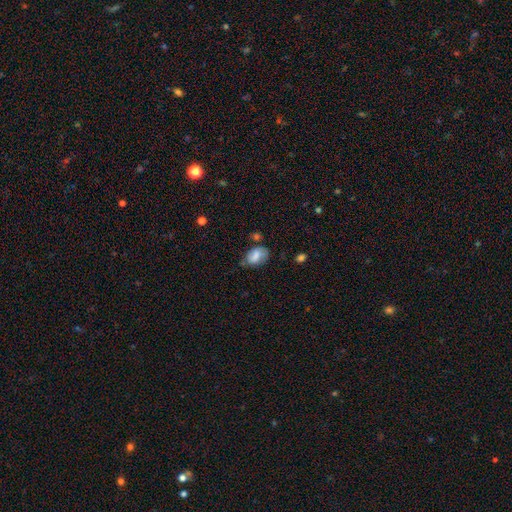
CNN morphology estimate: Smooth or featured: smooth — 70% (featured or disk — 21%)
How rounded: in between — 86% (round — 13%)
Merging: none — 56% (minor disturbance — 30%)